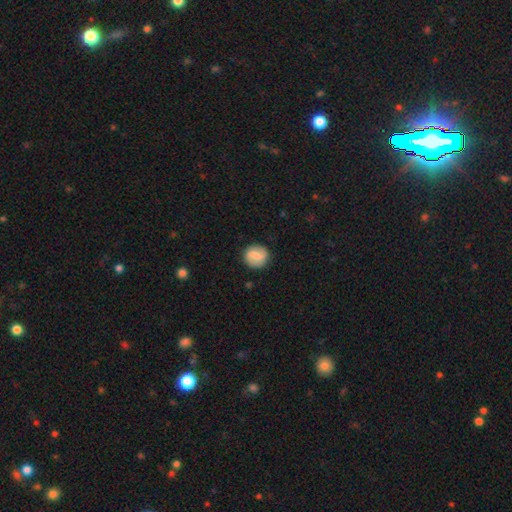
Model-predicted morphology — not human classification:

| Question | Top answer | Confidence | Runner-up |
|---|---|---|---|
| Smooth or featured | smooth | 54% | featured or disk (39%) |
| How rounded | round | 84% | in between (15%) |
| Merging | none | 86% | minor disturbance (10%) |